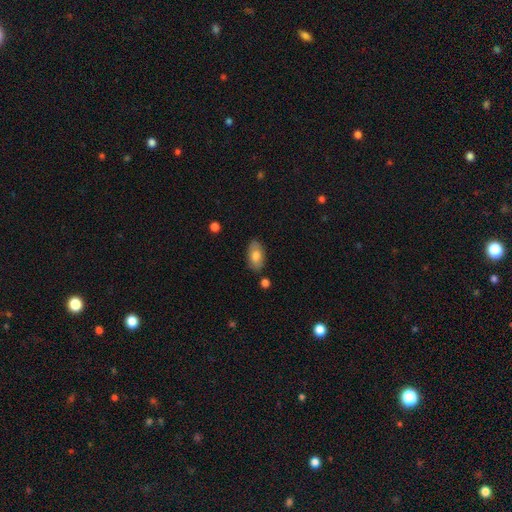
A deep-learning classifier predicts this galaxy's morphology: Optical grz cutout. It shows a smooth galaxy with no disk features (77%) that is in between round and cigar-shaped (94%). Merging: none (82%).